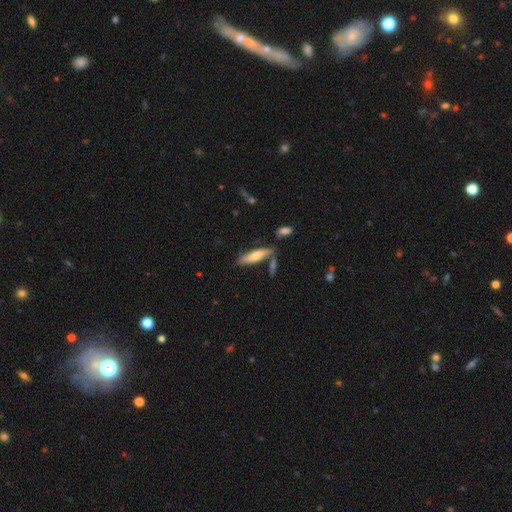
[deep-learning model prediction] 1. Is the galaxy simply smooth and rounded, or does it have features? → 62% smooth, 32% featured or disk, 6% star or artifact.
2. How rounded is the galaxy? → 66% cigar-shaped, 32% in between, 2% round.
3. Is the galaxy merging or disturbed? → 67% none, 17% minor disturbance, 12% merger, 4% major disturbance.